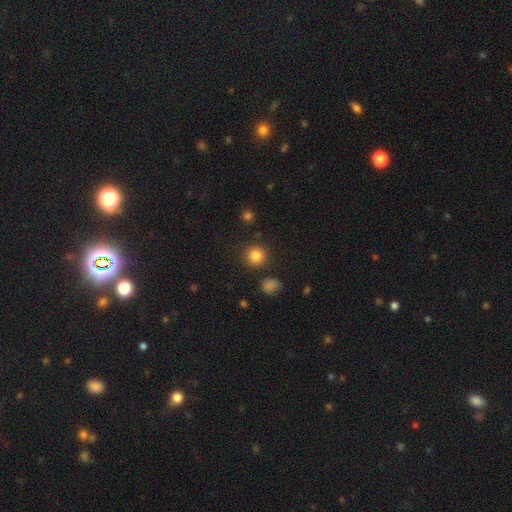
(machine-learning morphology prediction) Smooth or featured: smooth — 84% (star or artifact — 11%)
How rounded: round — 93% (in between — 6%)
Merging: none — 88% (minor disturbance — 6%)